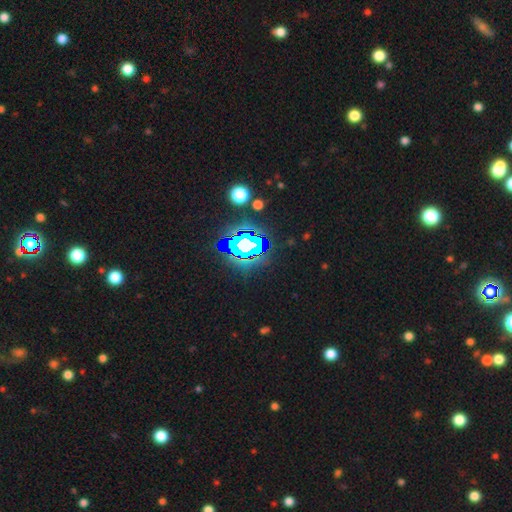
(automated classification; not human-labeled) This is clearly a star or artifact rather than a galaxy (80%).